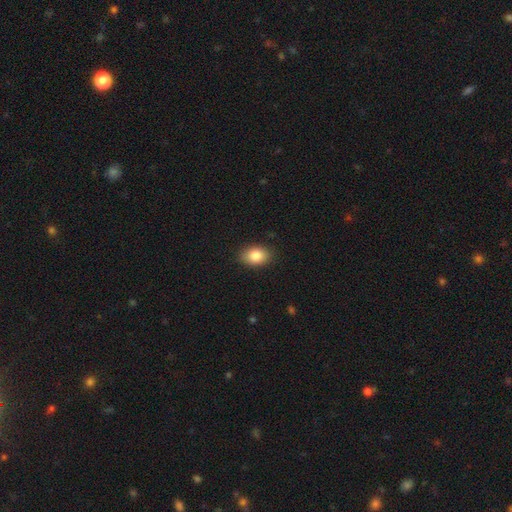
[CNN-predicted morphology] type=smooth (85%); roundness=in between (78%); merging=none (87%).